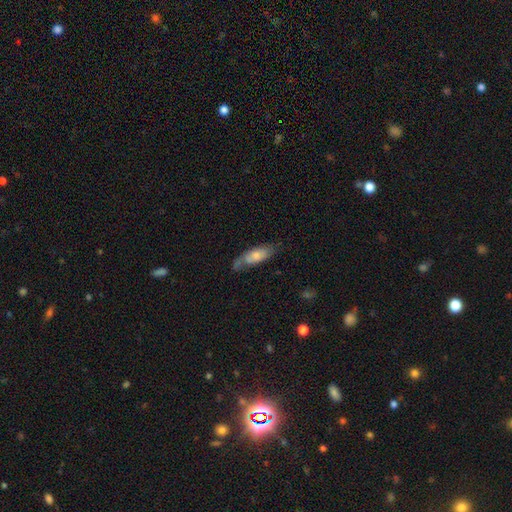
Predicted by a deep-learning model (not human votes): smooth_or_featured: smooth (p=0.60) [alt: featured or disk p=0.34]
how_rounded: in between (p=0.72) [alt: cigar-shaped p=0.25]
merging: none (p=0.52) [alt: minor disturbance p=0.30]